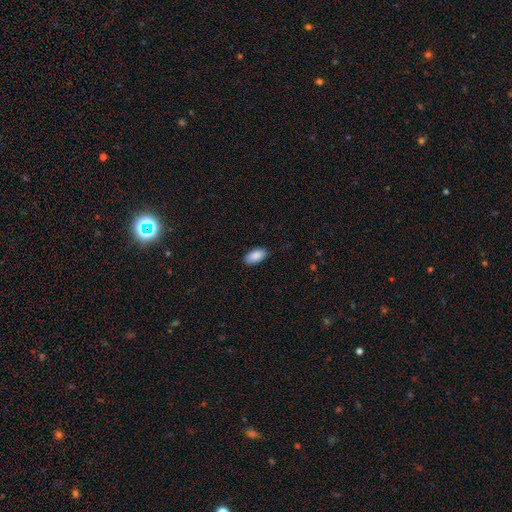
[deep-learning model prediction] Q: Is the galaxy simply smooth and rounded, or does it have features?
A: smooth — 90%.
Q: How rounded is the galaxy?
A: in between — 94%.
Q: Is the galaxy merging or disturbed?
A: none — 87%.